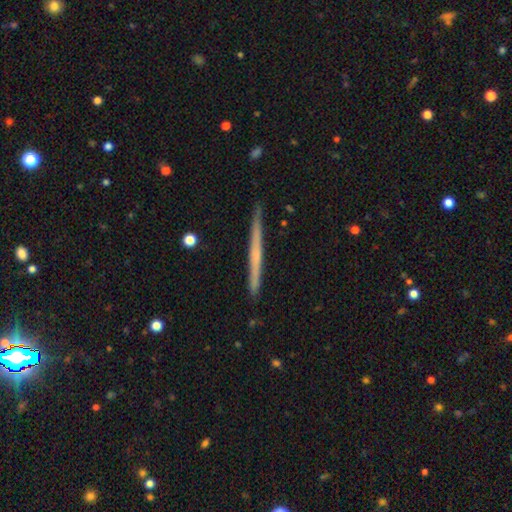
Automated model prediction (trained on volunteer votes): This appears to be a featured or disk galaxy (58%) viewed edge-on (98%) with no central bulge (80%). Merging: none (91%).